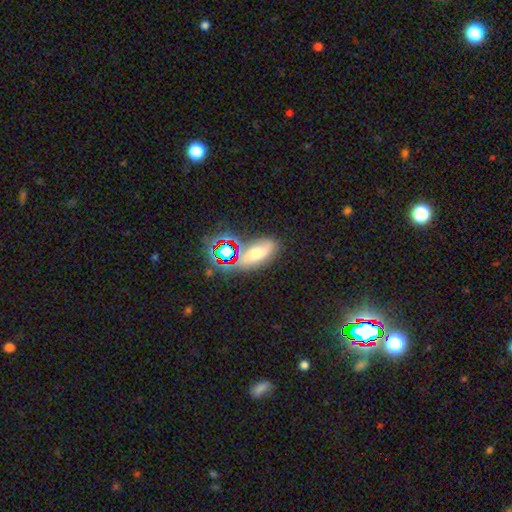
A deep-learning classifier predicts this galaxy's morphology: Smooth or featured: smooth — 45% (star or artifact — 31%)
Merging: none — 55% (minor disturbance — 20%)